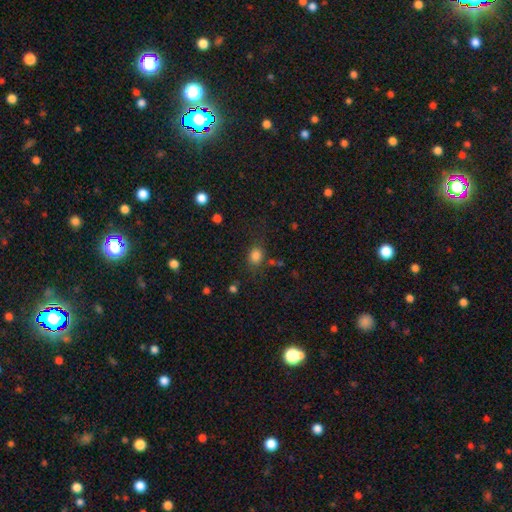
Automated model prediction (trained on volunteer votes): Morphology: type=smooth (81%); roundness=round (50%); merging=none (71%).